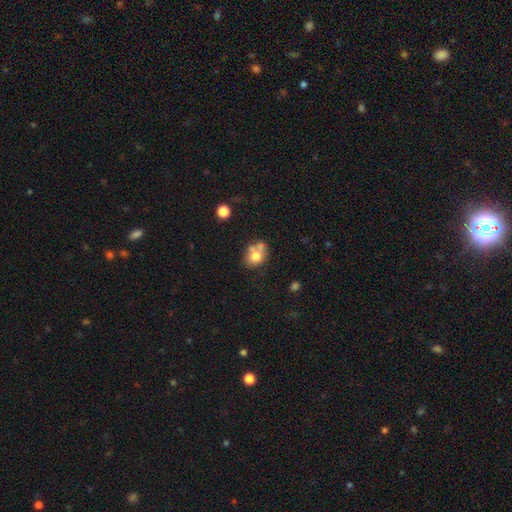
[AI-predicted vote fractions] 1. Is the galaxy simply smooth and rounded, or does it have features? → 69% smooth, 20% featured or disk, 11% star or artifact.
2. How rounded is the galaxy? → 57% round, 43% in between, 1% cigar-shaped.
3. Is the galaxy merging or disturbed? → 44% none, 36% merger, 15% minor disturbance, 6% major disturbance.